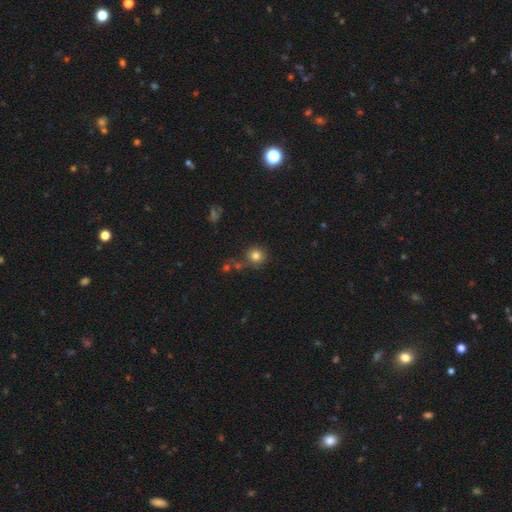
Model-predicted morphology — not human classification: Smooth or featured?
  - smooth: 81% *
  - star or artifact: 12%
  - featured or disk: 7%
How rounded?
  - round: 92% *
  - in between: 7%
  - cigar-shaped: 1%
Merging?
  - none: 73% *
  - minor disturbance: 12%
  - merger: 10%
  - major disturbance: 5%